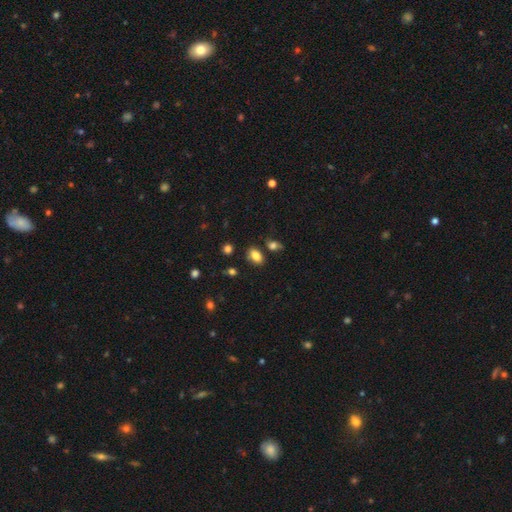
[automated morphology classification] Smooth or featured? smooth (84%)
How rounded? in between (86%)
Merging? none (77%)